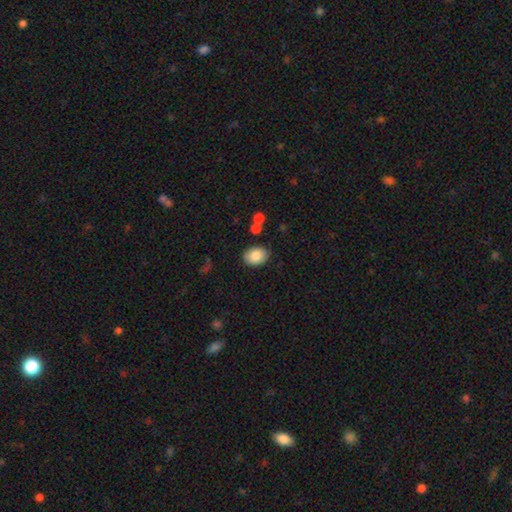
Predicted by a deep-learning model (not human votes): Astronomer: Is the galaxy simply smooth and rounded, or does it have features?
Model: smooth — 84%.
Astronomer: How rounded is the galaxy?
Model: in between — 76%.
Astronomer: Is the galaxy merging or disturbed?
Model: none — 85%.